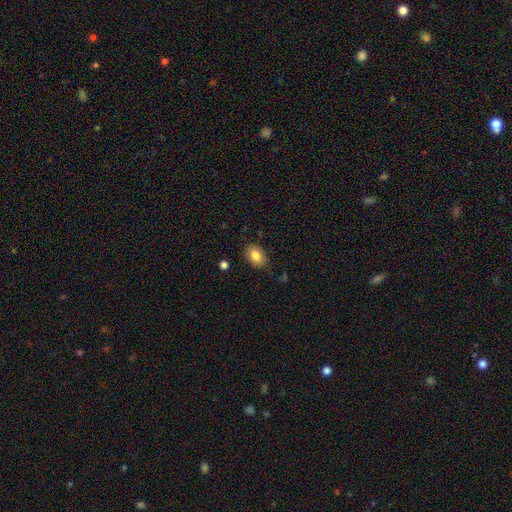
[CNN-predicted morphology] smooth_or_featured: smooth (p=0.84) [alt: featured or disk p=0.08]
how_rounded: in between (p=0.83) [alt: round p=0.15]
merging: none (p=0.79) [alt: minor disturbance p=0.16]